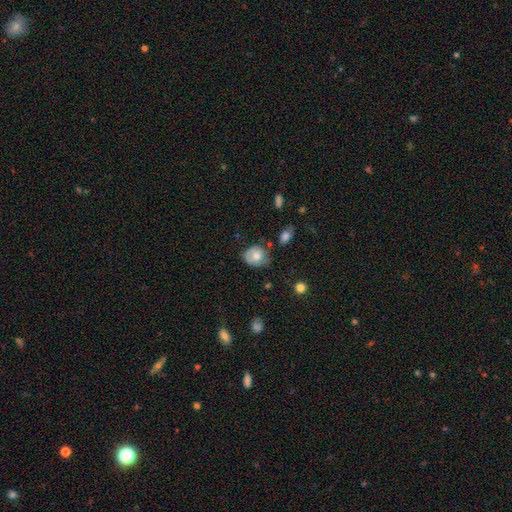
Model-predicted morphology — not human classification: smooth_or_featured: smooth (p=0.65) [alt: featured or disk p=0.28]
how_rounded: round (p=0.59) [alt: in between p=0.40]
merging: none (p=0.53) [alt: minor disturbance p=0.32]